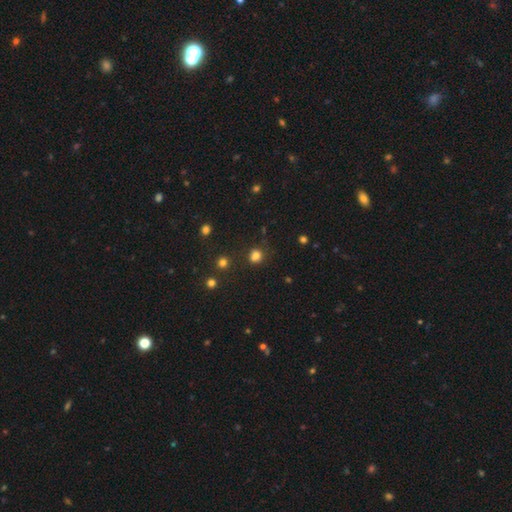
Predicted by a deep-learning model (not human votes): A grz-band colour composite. It shows a smooth galaxy with no disk features (78%) that is round (81%). Merging: none (76%).